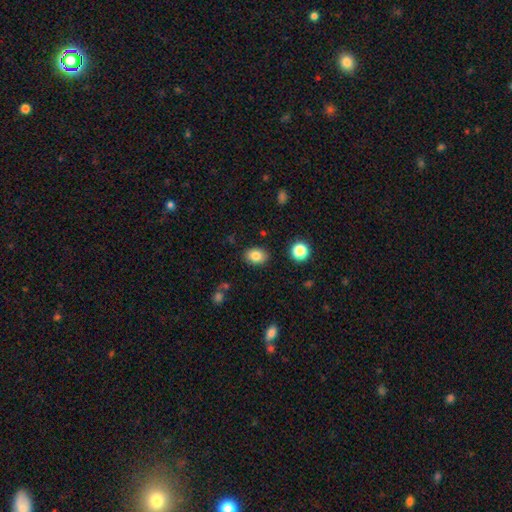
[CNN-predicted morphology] Q: Smooth or featured?
A: smooth (83%); runner-up: star or artifact (9%)
Q: How rounded?
A: in between (69%); runner-up: round (30%)
Q: Merging?
A: none (86%); runner-up: minor disturbance (10%)